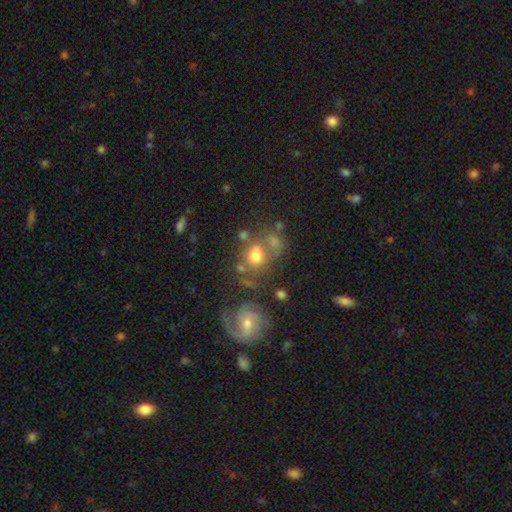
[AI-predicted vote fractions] Smooth or featured? smooth (49%)
Merging? none (44%)